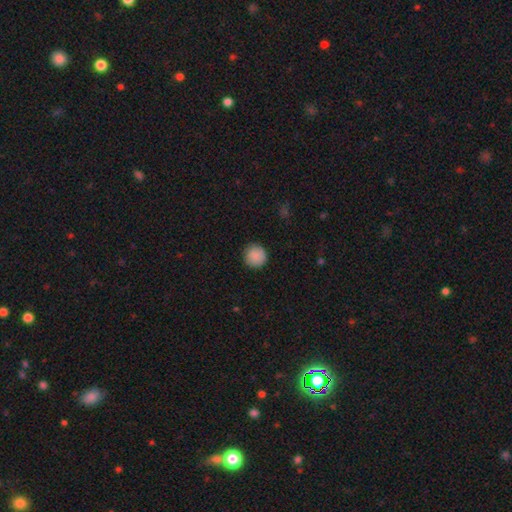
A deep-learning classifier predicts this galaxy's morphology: smooth_or_featured: smooth (p=0.89) [alt: star or artifact p=0.08]
how_rounded: round (p=0.95) [alt: in between p=0.04]
merging: none (p=0.89) [alt: minor disturbance p=0.08]